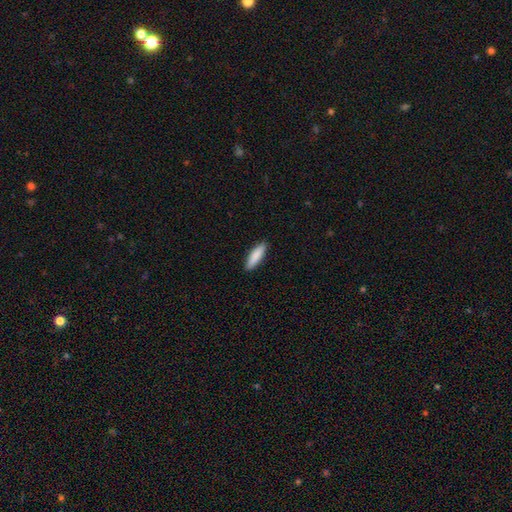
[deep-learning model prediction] Smooth or featured? smooth (87%)
How rounded? cigar-shaped (69%)
Merging? none (90%)